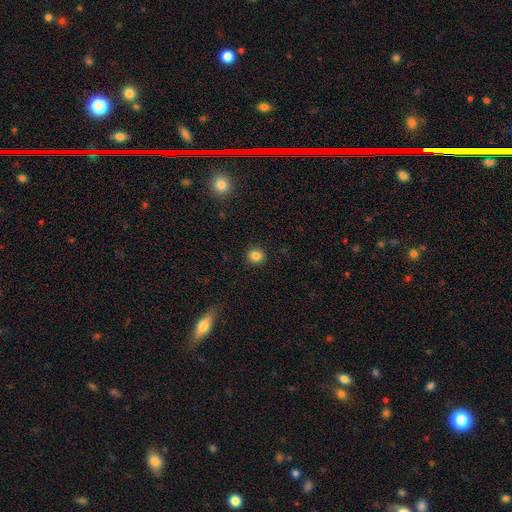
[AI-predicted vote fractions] This is clearly a smooth galaxy (85%). How rounded: likely round (79%). Merging: clearly none (90%).